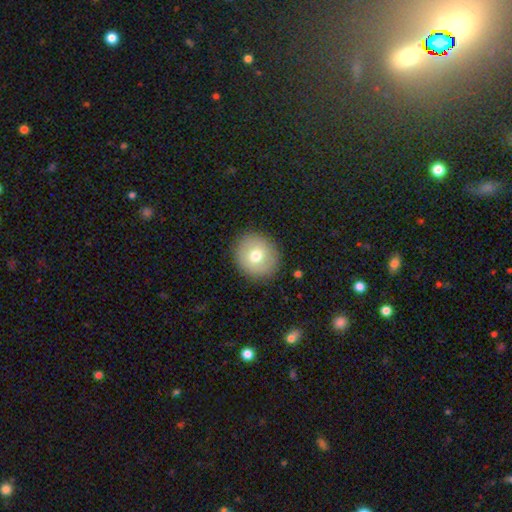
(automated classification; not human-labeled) Morphology: type=smooth (72%); roundness=round (86%); merging=none (89%).